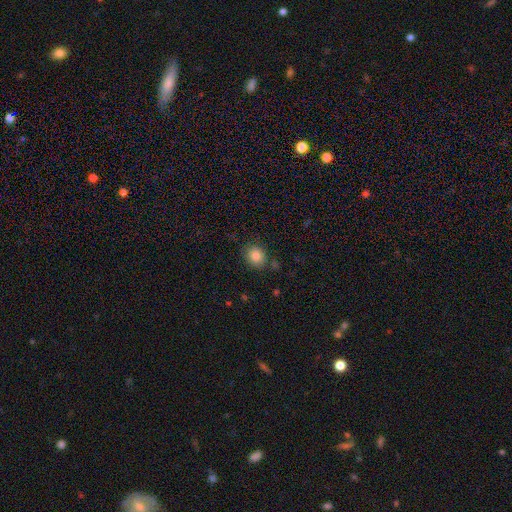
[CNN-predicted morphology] smooth-or-featured: smooth: 84% | star or artifact: 10% | featured or disk: 6%
  how-rounded: round: 76% | in between: 24% | cigar-shaped: 1%
  merging: none: 82% | minor disturbance: 11% | major disturbance: 3% | merger: 3%